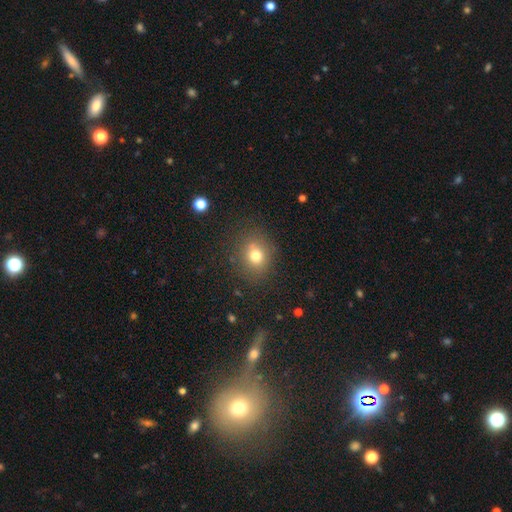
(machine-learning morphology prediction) Smooth or featured? smooth (75%)
How rounded? round (63%)
Merging? none (78%)